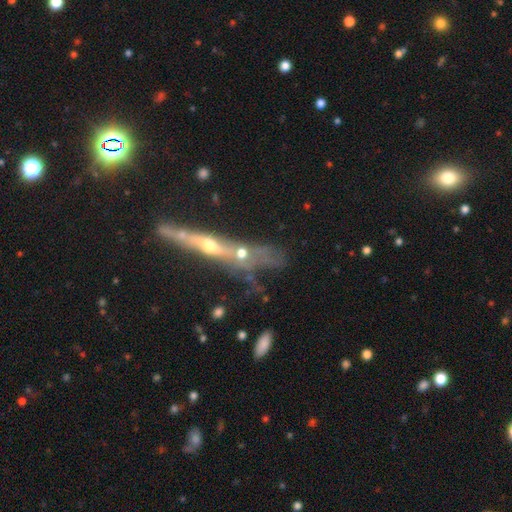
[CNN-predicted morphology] featured or disk 71%, smooth 17%, star or artifact 11%. Down the decision tree: edge-on disk — yes (84%); edge-on bulge — rounded (76%); merging — none (50%).